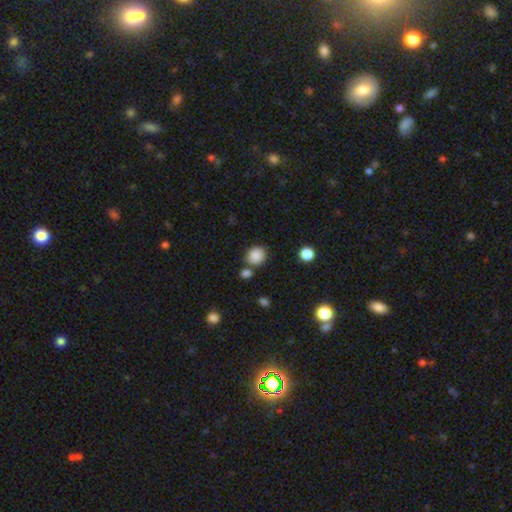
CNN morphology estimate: Smooth or featured? smooth (86%)
How rounded? round (73%)
Merging? none (70%)